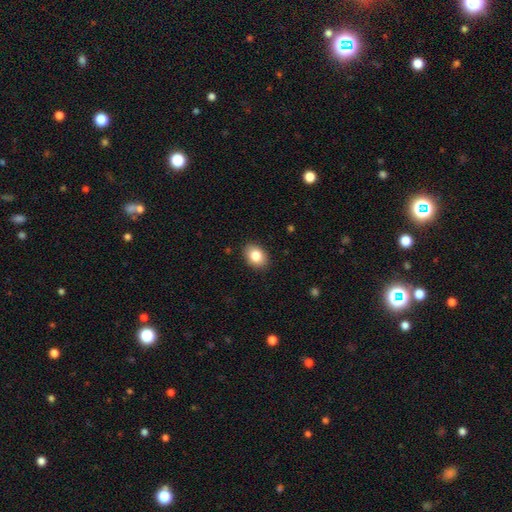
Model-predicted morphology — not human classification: Overall: smooth (84%). How rounded: in between (72%). Merging: none (89%).